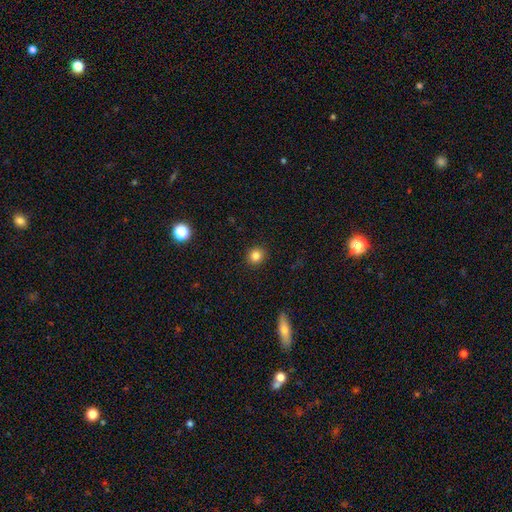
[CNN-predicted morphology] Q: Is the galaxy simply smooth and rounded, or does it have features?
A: smooth — 83%.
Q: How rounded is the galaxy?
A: round — 86%.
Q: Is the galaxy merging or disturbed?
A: none — 91%.